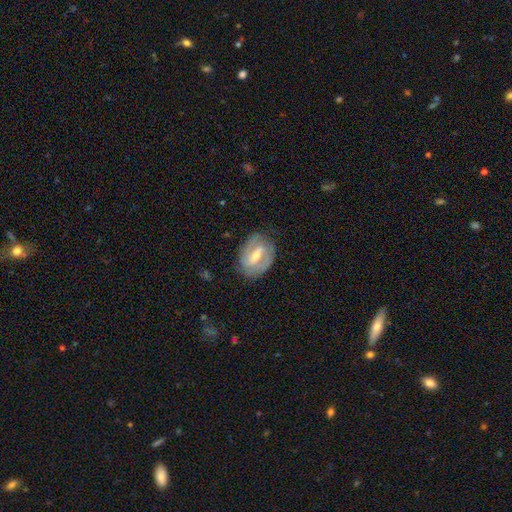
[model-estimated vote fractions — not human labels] smooth-or-featured: featured or disk: 75% | smooth: 19% | star or artifact: 6%
  disk-edge-on: no: 96% | yes: 4%
    bar: weak: 45% | strong: 44% | no: 12%
    has-spiral-arms: yes: 85% | no: 15%
      spiral-winding: tight: 44% | medium: 41% | loose: 15%
      spiral-arm-count: 2: 74% | can't tell: 15% | 3: 4% | 1: 3% | 4: 1% | more than 4: 1%
    bulge-size: moderate: 52% | small: 41% | large: 3% | none: 2% | dominant: 1%
  merging: none: 76% | minor disturbance: 17% | major disturbance: 6% | merger: 1%